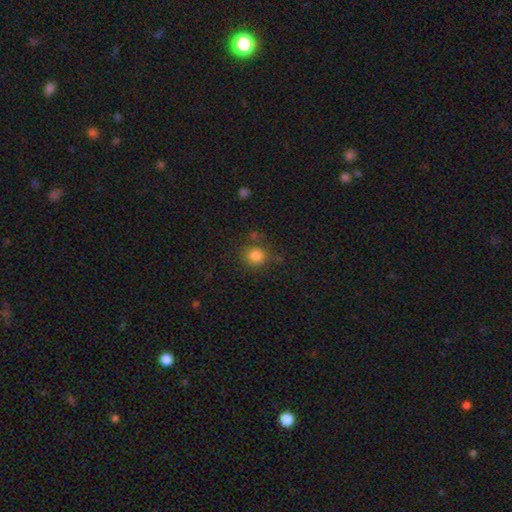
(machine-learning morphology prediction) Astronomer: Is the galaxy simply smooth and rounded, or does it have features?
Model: smooth — 83%.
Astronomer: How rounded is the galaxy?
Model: round — 86%.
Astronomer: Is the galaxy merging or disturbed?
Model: none — 77%.